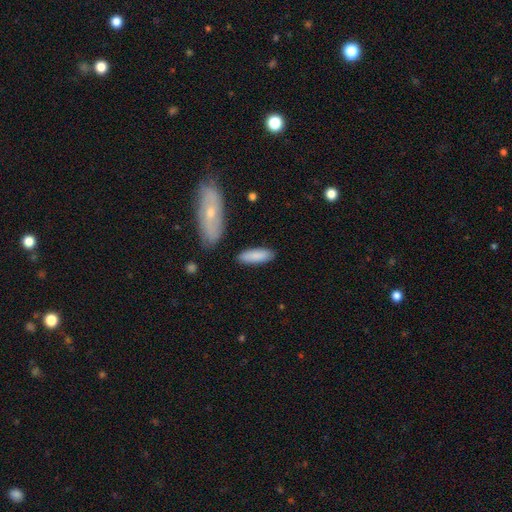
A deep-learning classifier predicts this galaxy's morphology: type=smooth (86%); roundness=in between (54%); merging=none (84%).